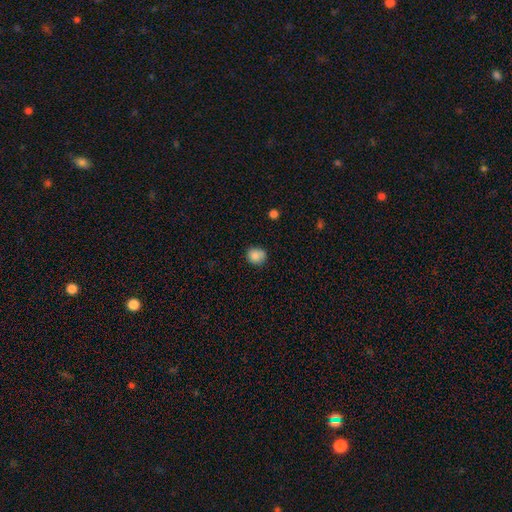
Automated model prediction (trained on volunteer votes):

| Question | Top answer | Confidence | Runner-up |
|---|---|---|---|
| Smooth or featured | smooth | 86% | star or artifact (10%) |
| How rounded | round | 79% | in between (20%) |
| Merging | none | 74% | minor disturbance (19%) |